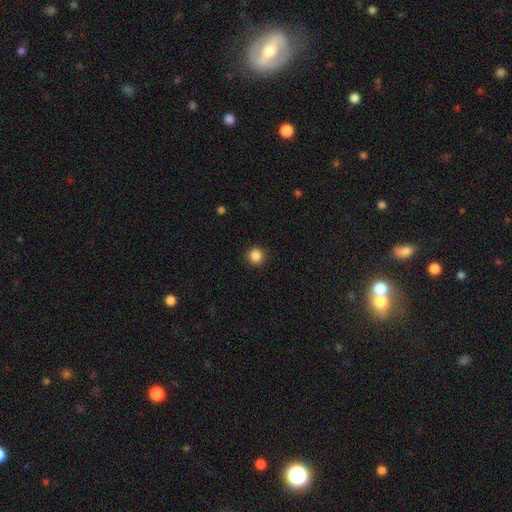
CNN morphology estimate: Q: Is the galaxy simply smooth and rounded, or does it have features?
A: smooth — 86%.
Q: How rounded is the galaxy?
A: round — 94%.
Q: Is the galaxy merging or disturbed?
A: none — 92%.